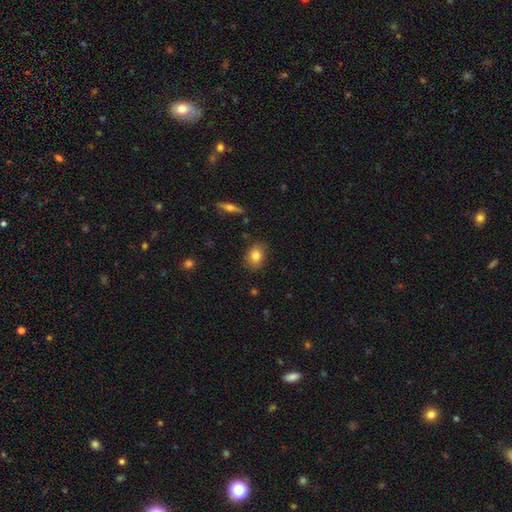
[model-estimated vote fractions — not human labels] The model was most divided on "how rounded": in between: 55%, round: 44%, cigar-shaped: 2%. More confident: merging — none (84%); smooth or featured — smooth (80%).